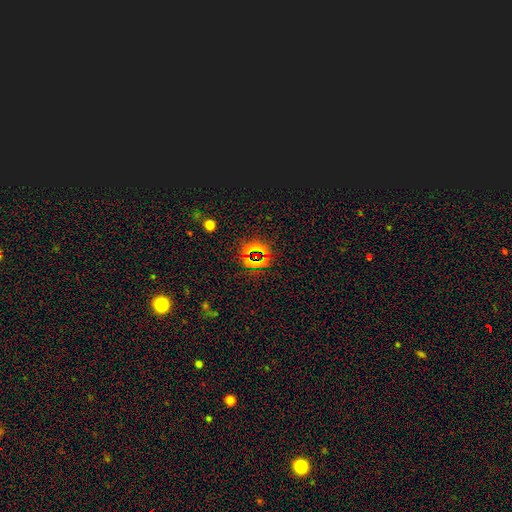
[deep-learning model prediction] The model was most divided on "smooth or featured": star or artifact: 68%, smooth: 23%, featured or disk: 9%.